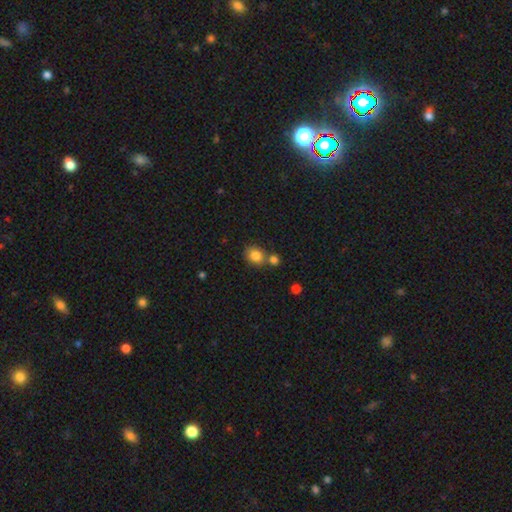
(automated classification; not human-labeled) Q: Smooth or featured?
A: smooth (83%); runner-up: star or artifact (10%)
Q: How rounded?
A: round (60%); runner-up: in between (39%)
Q: Merging?
A: none (56%); runner-up: merger (28%)